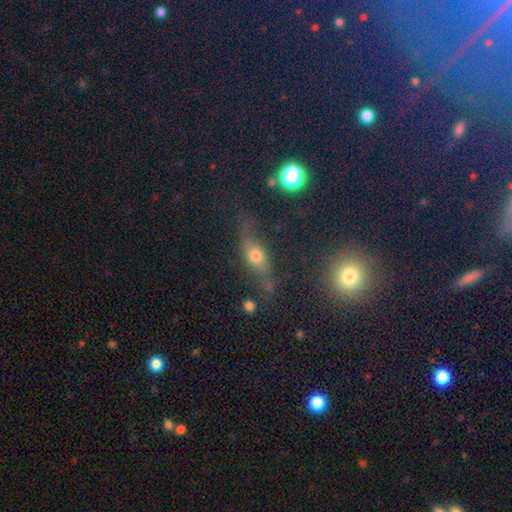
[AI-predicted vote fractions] Q: Smooth or featured?
A: smooth (54%); runner-up: featured or disk (29%)
Q: How rounded?
A: in between (51%); runner-up: cigar-shaped (30%)
Q: Merging?
A: none (59%); runner-up: minor disturbance (20%)